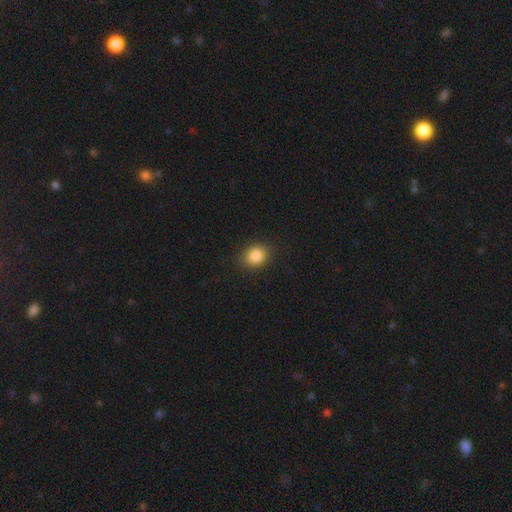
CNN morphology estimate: smooth 86%, star or artifact 9%, featured or disk 5%. Down the decision tree: how rounded — round (57%); merging — none (87%).